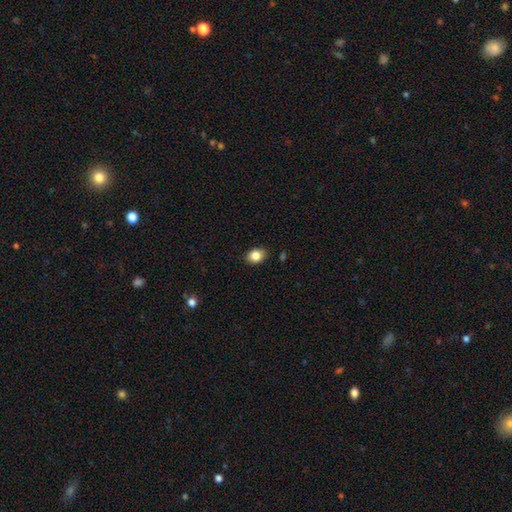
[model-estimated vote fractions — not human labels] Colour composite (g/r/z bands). It shows a smooth galaxy with no disk features (84%) that is in between round and cigar-shaped (64%). Merging: none (87%).